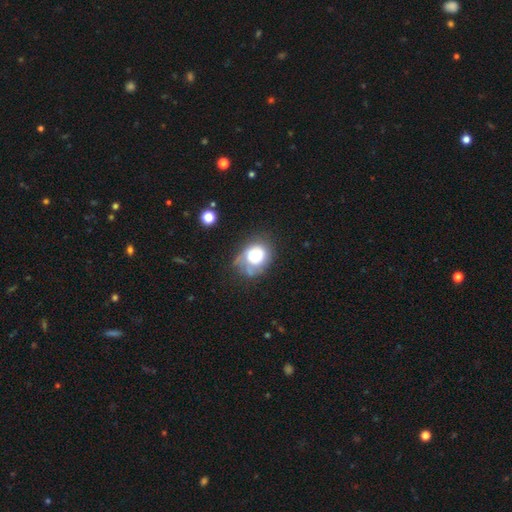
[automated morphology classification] Smooth or featured? Predicted: smooth (p=0.50). How rounded? Predicted: round (p=0.57). Merging? Predicted: none (p=0.31).